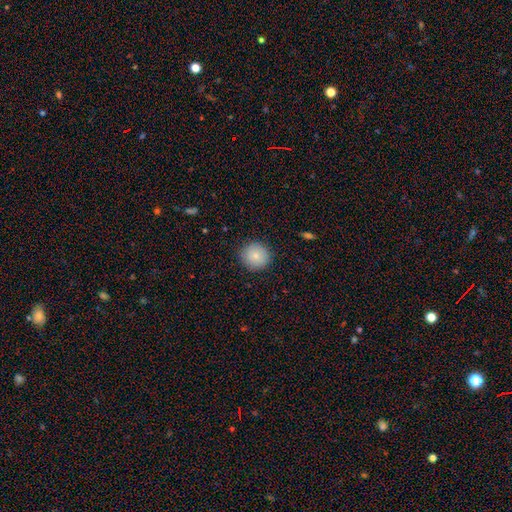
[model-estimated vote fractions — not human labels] A smooth galaxy with no disk features (82%) that is round (90%).

Vote fractions:
- Smooth or featured? smooth: 82% / featured or disk: 9% / star or artifact: 9%
- How rounded? round: 90% / in between: 9% / cigar-shaped: 1%
- Merging? none: 88% / minor disturbance: 9% / major disturbance: 2% / merger: 1%